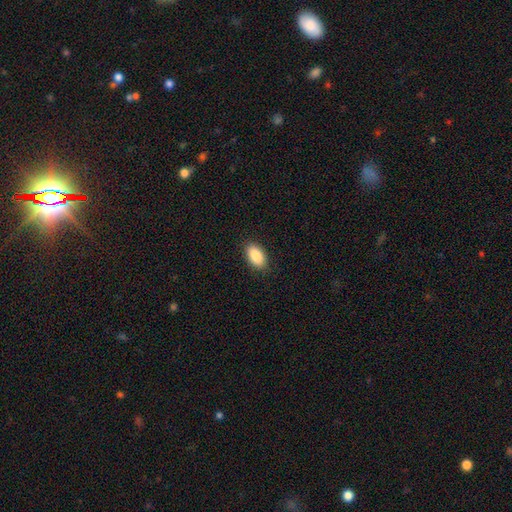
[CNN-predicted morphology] smooth-or-featured: smooth: 88% | star or artifact: 7% | featured or disk: 5%
  how-rounded: in between: 93% | round: 4% | cigar-shaped: 3%
  merging: none: 89% | minor disturbance: 8% | major disturbance: 2% | merger: 1%